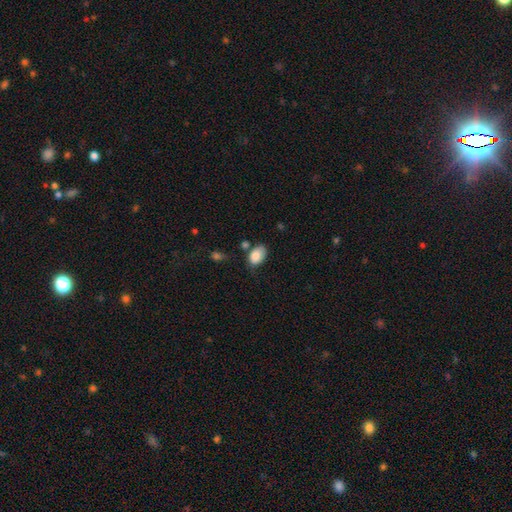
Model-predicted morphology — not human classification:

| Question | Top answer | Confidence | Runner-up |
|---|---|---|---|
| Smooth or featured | smooth | 84% | featured or disk (9%) |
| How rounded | in between | 90% | round (9%) |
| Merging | none | 56% | minor disturbance (28%) |